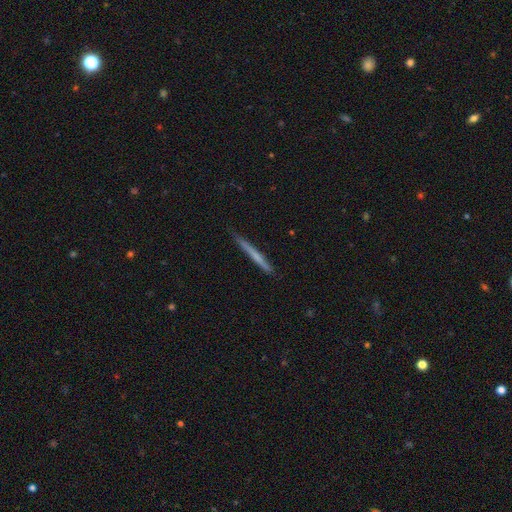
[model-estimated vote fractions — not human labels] Smooth or featured?
  - smooth: 49% *
  - featured or disk: 45%
  - star or artifact: 6%
Merging?
  - none: 85% *
  - minor disturbance: 12%
  - major disturbance: 2%
  - merger: 1%